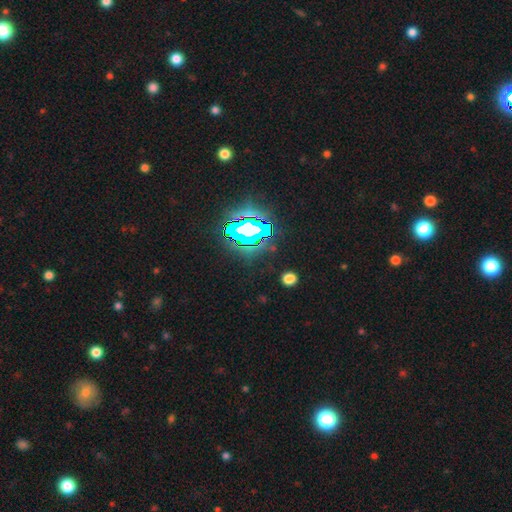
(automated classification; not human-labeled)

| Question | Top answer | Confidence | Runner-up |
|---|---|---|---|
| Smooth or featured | star or artifact | 84% | smooth (10%) |